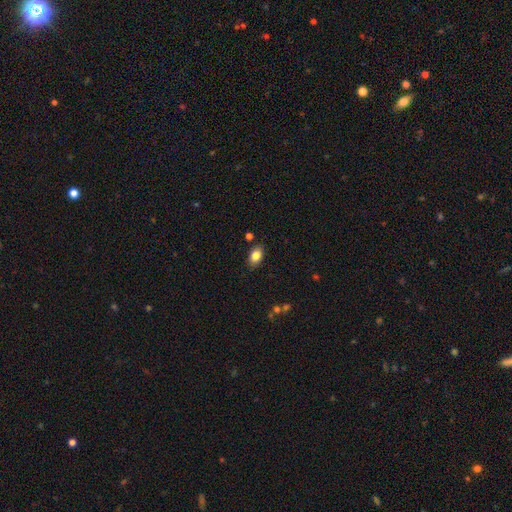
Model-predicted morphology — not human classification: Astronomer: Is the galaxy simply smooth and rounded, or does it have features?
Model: smooth — 83%.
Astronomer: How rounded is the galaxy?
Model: in between — 87%.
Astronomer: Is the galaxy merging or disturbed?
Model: none — 84%.